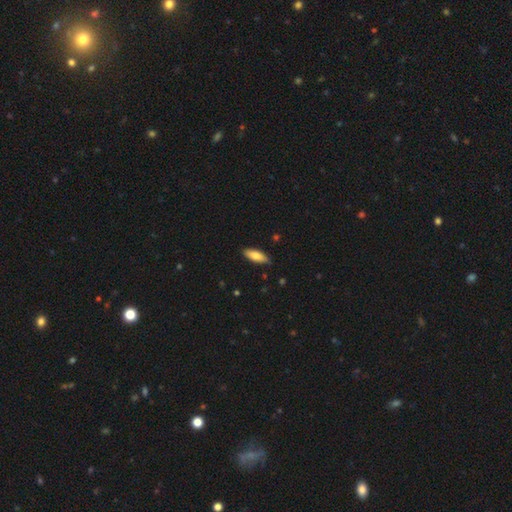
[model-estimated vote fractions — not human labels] This appears to be a smooth galaxy with no disk features (77%) that is in between round and cigar-shaped (62%). Merging: none (84%).